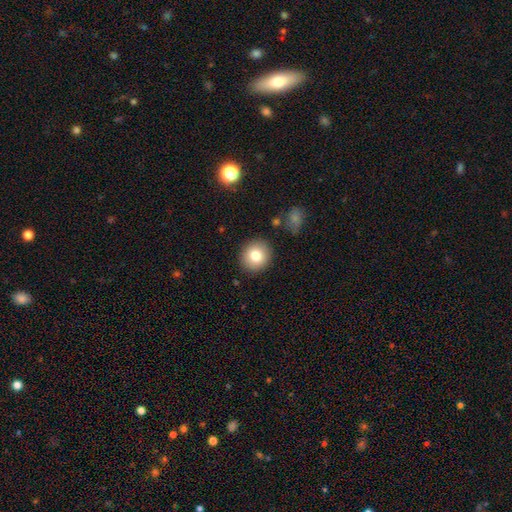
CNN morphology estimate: This is clearly a smooth galaxy (81%). How rounded: clearly round (88%). Merging: clearly none (89%).